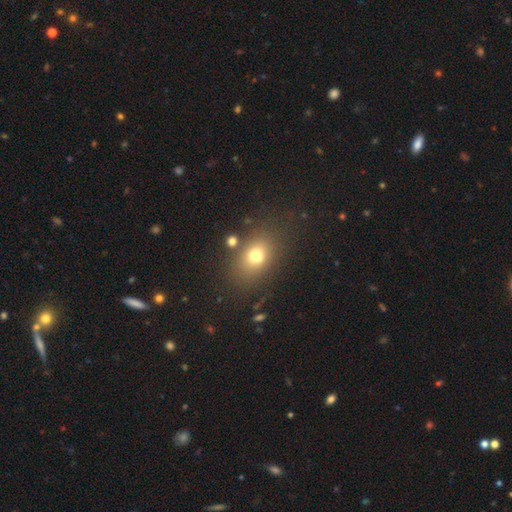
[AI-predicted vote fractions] A smooth galaxy with no disk features (71%) that is in between round and cigar-shaped (68%).

Vote fractions:
- Smooth or featured? smooth: 71% / star or artifact: 15% / featured or disk: 15%
- How rounded? in between: 68% / round: 30% / cigar-shaped: 2%
- Merging? none: 72% / minor disturbance: 12% / merger: 10% / major disturbance: 6%